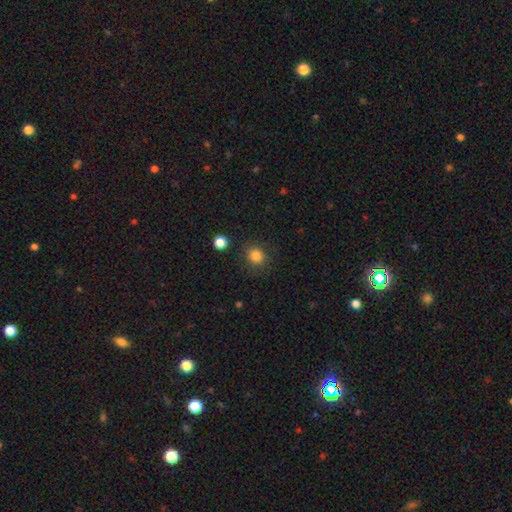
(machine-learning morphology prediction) type=smooth (84%); roundness=round (82%); merging=none (84%).